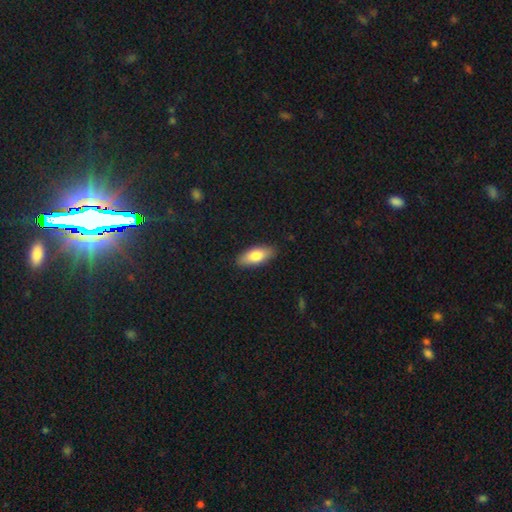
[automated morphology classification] Smooth or featured? Predicted: smooth (p=0.78). How rounded? Predicted: in between (p=0.79). Merging? Predicted: none (p=0.87).